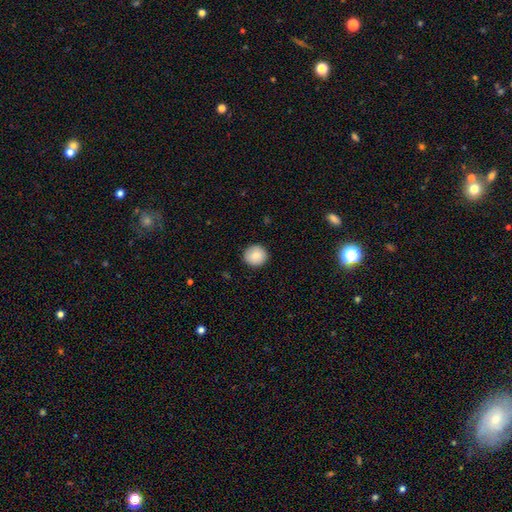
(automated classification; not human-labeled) This appears to be a smooth galaxy with no disk features (86%) that is round (91%). Merging: none (90%).